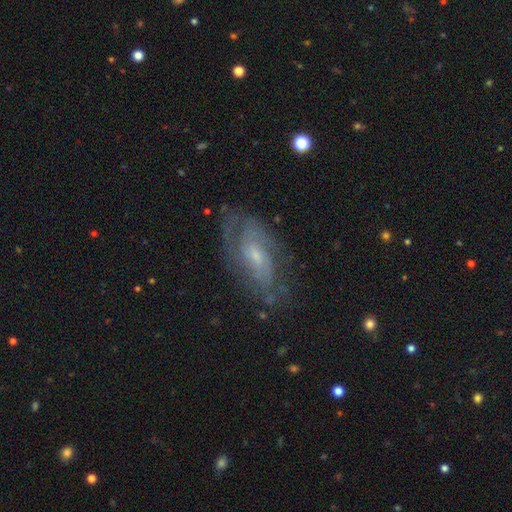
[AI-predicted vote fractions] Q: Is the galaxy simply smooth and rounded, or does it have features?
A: featured or disk — 78%.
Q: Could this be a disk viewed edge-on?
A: no — 93%.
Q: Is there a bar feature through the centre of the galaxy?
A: no — 57%.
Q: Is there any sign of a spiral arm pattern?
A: yes — 89%.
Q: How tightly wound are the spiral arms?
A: tight — 47%.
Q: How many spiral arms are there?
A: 2 — 42%.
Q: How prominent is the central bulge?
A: small — 57%.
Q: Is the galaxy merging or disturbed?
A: none — 71%.